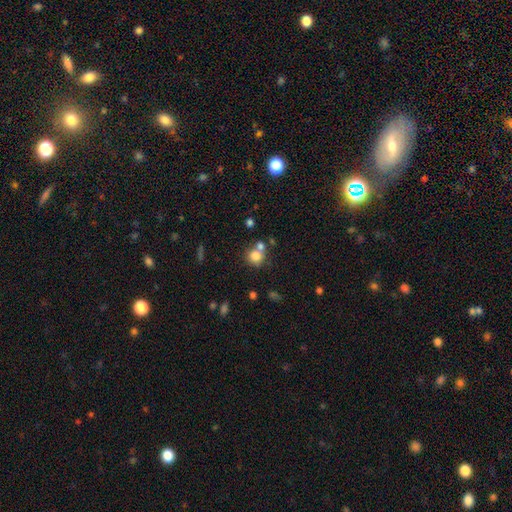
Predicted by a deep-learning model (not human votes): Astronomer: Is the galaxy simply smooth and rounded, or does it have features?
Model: smooth — 79%.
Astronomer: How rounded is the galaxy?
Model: round — 82%.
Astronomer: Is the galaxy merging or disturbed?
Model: none — 53% (runner-up: merger, 32%).